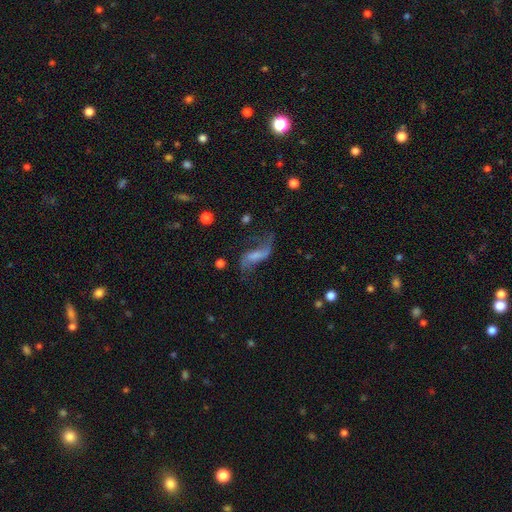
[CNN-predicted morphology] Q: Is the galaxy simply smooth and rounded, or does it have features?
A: featured or disk — 67%.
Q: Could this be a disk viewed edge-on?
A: no — 91%.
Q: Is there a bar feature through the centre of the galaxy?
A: weak — 40%.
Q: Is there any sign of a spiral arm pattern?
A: yes — 85%.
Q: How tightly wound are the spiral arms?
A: loose — 88%.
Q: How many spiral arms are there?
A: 2 — 82%.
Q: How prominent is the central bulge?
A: none — 46%.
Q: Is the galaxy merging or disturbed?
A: none — 45%.